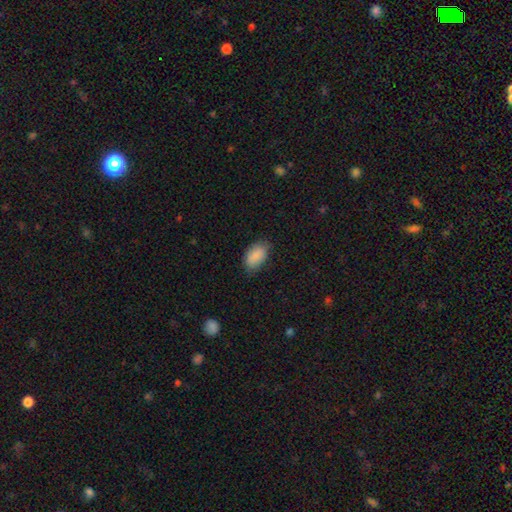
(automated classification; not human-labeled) This is clearly a smooth galaxy (89%). How rounded: clearly in between (93%). Merging: likely none (75%).